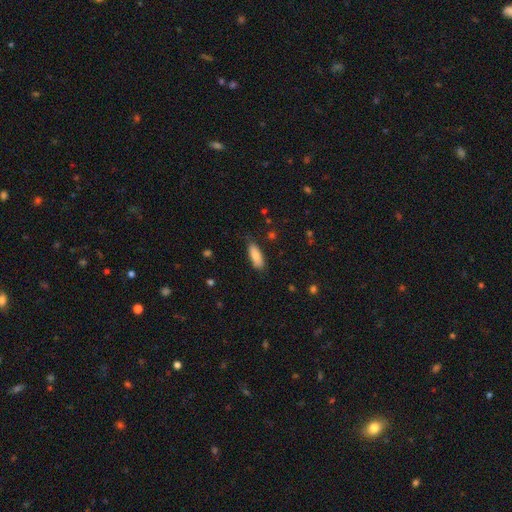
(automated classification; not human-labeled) Morphology: type=smooth (84%); roundness=in between (68%); merging=none (77%).